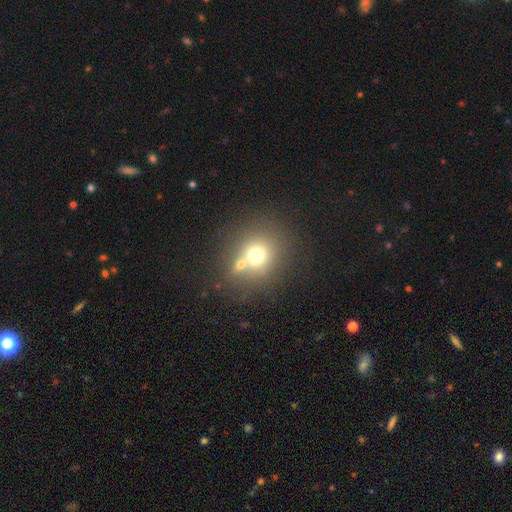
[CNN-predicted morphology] Q: Smooth or featured?
A: smooth (67%); runner-up: featured or disk (17%)
Q: How rounded?
A: round (79%); runner-up: in between (20%)
Q: Merging?
A: none (51%); runner-up: merger (34%)